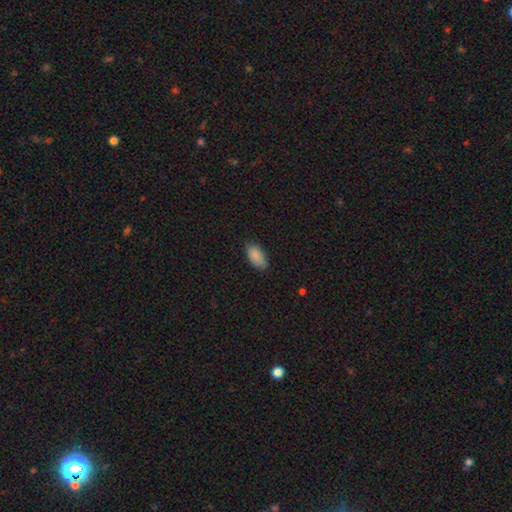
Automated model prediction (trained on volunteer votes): smooth_or_featured: smooth (p=0.87) [alt: star or artifact p=0.07]
how_rounded: in between (p=0.93) [alt: cigar-shaped p=0.05]
merging: none (p=0.80) [alt: minor disturbance p=0.16]